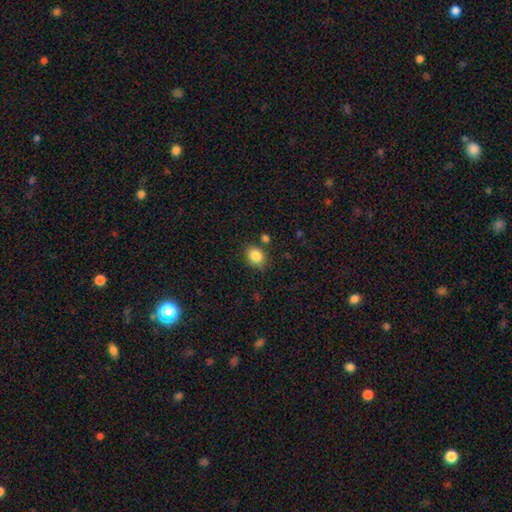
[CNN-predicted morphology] smooth_or_featured: smooth (p=0.85) [alt: star or artifact p=0.10]
how_rounded: round (p=0.59) [alt: in between p=0.40]
merging: none (p=0.79) [alt: minor disturbance p=0.12]